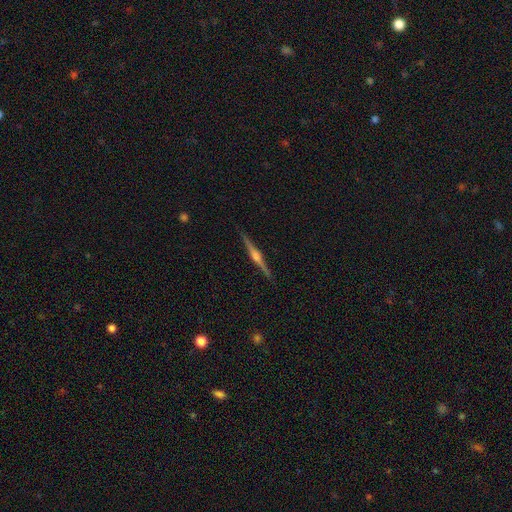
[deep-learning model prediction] smooth-or-featured: featured or disk: 84% | smooth: 11% | star or artifact: 5%
  disk-edge-on: yes: 99% | no: 1%
    edge-on-bulge: rounded: 85% | boxy: 11% | none: 4%
  merging: none: 92% | minor disturbance: 6% | major disturbance: 1% | merger: 1%